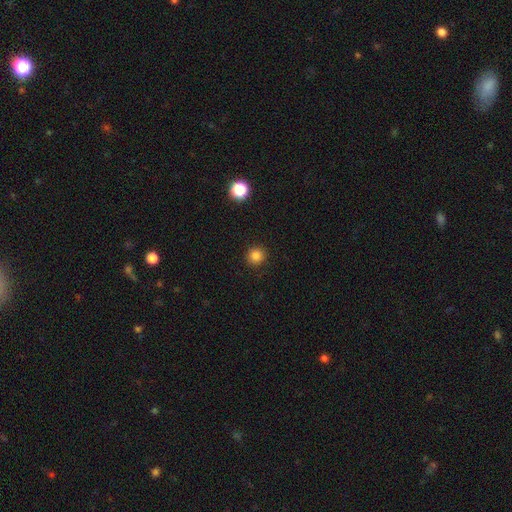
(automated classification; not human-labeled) Smooth or featured? Predicted: smooth (p=0.83). How rounded? Predicted: round (p=0.94). Merging? Predicted: none (p=0.92).